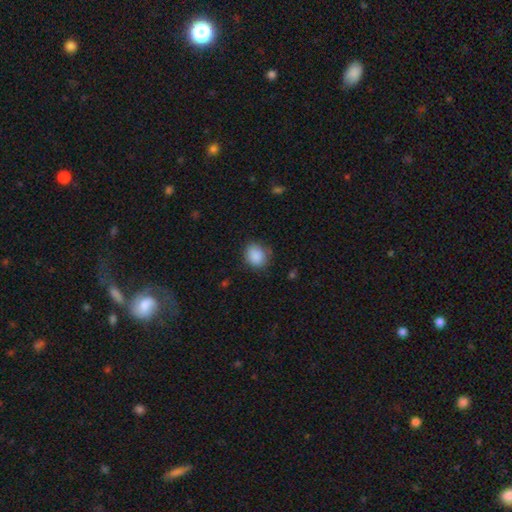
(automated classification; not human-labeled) smooth 88%, star or artifact 8%, featured or disk 4%. Down the decision tree: how rounded — round (62%); merging — none (79%).